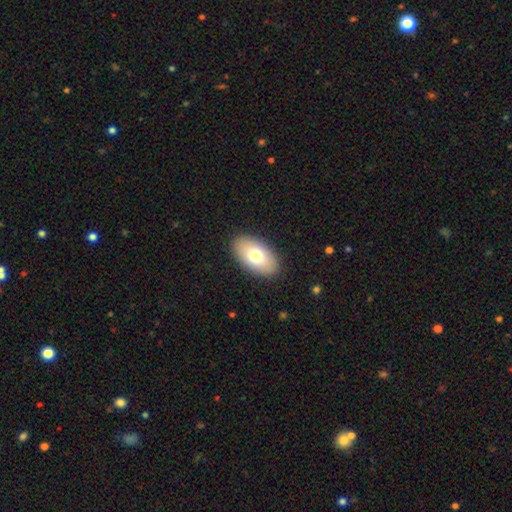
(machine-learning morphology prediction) A smooth galaxy with no disk features (74%) that is in between round and cigar-shaped (94%). Merging: none (89%).